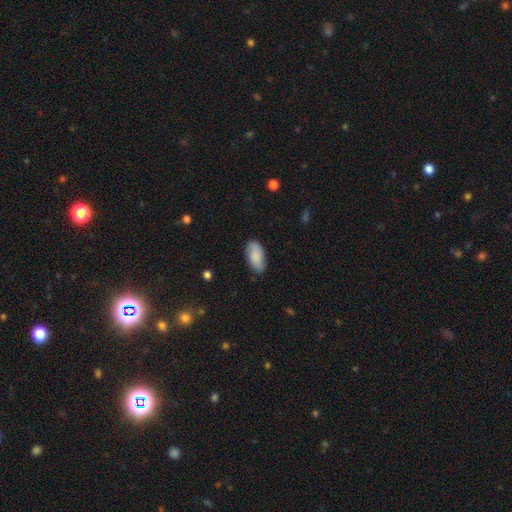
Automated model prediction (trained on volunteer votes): Q: Smooth or featured?
A: smooth (86%); runner-up: featured or disk (8%)
Q: How rounded?
A: in between (93%); runner-up: cigar-shaped (5%)
Q: Merging?
A: none (83%); runner-up: minor disturbance (14%)